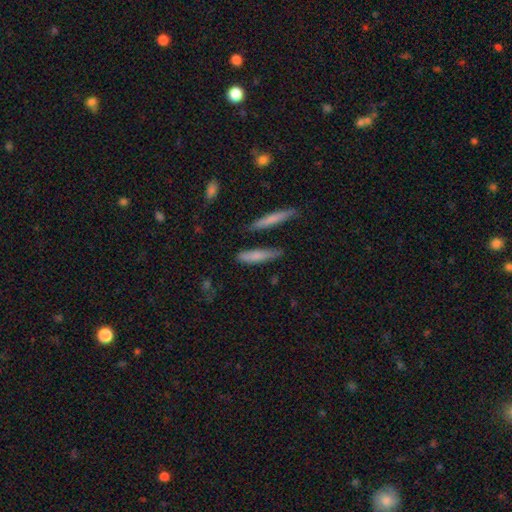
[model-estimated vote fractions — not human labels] Smooth or featured? Predicted: smooth (p=0.73). How rounded? Predicted: cigar-shaped (p=0.82). Merging? Predicted: none (p=0.72).